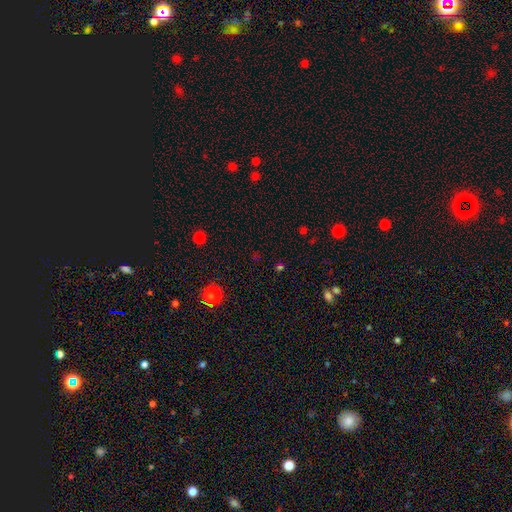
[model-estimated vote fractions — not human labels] Overall: star or artifact (54%; smooth 39%).